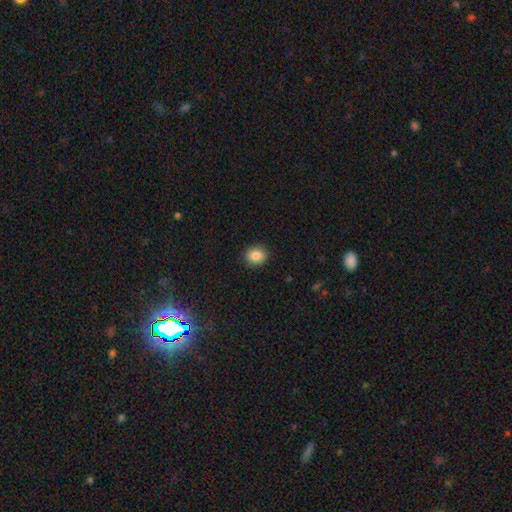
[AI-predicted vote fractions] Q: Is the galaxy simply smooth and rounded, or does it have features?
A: smooth — 85%.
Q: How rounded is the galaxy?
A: round — 77%.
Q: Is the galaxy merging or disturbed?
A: none — 90%.